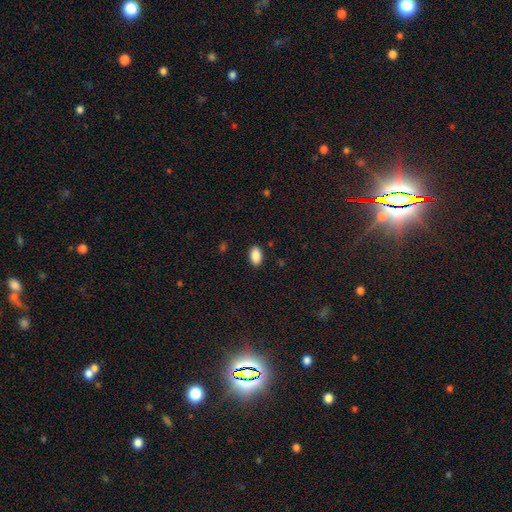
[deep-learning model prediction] Smooth or featured? Predicted: smooth (p=0.88). How rounded? Predicted: in between (p=0.93). Merging? Predicted: none (p=0.89).